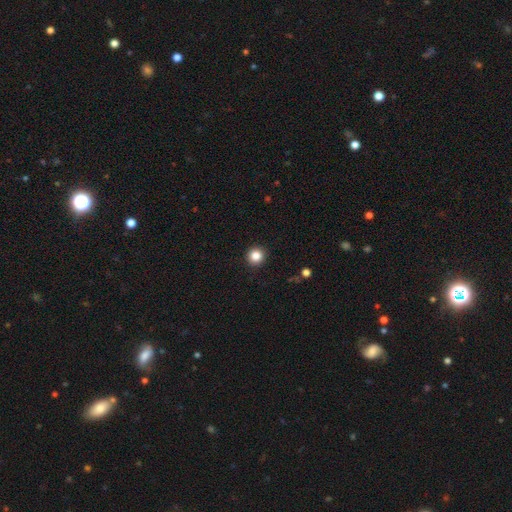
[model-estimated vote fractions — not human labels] This appears to be a smooth galaxy with no disk features (84%) that is round (94%). Merging: none (93%).